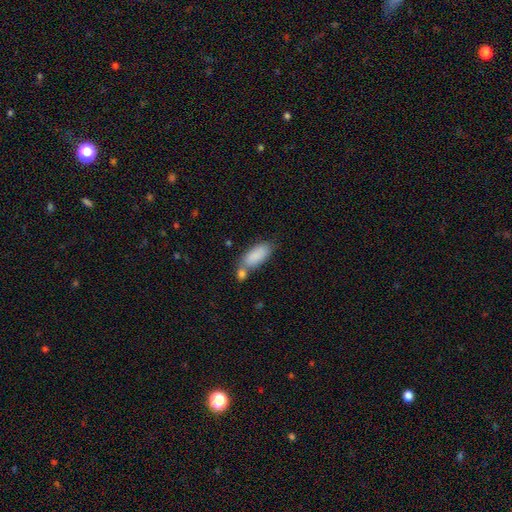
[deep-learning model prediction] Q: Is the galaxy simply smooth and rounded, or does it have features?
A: smooth — 86%.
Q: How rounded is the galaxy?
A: in between — 84%.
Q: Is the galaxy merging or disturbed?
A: none — 46%.